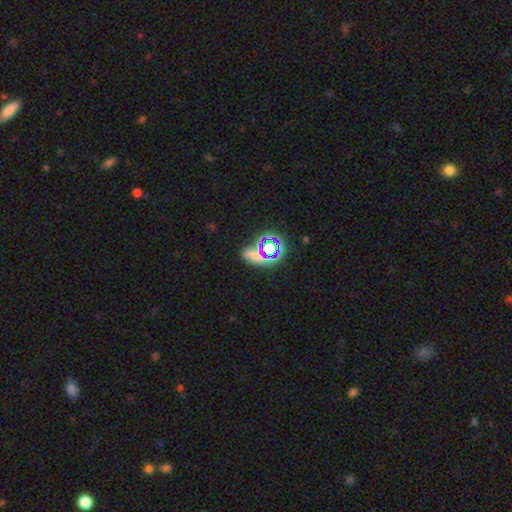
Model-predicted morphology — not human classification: Smooth or featured? Predicted: star or artifact (p=0.46).